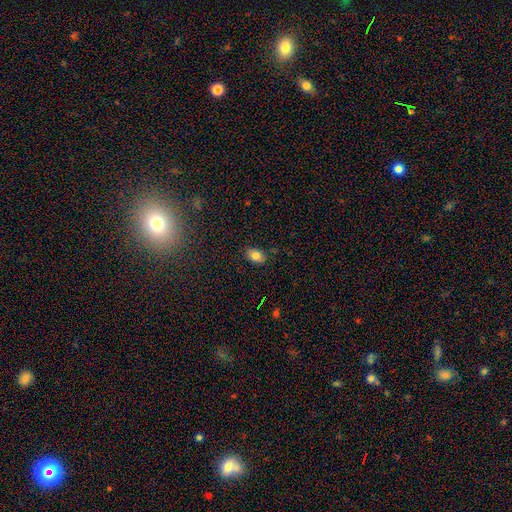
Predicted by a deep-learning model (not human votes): Smooth or featured? Predicted: smooth (p=0.81). How rounded? Predicted: in between (p=0.86). Merging? Predicted: none (p=0.85).